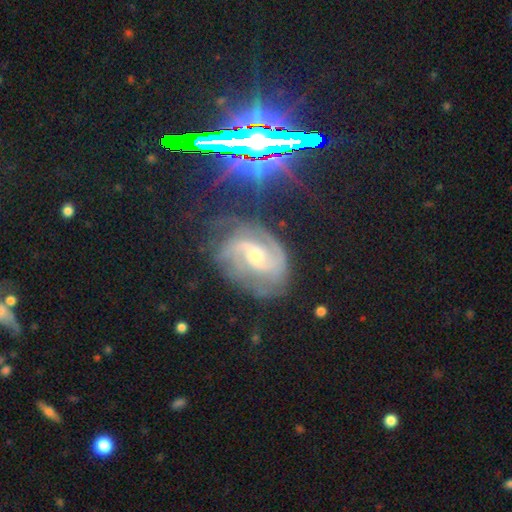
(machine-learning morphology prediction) Smooth or featured? featured or disk (84%)
Edge-on disk? no (97%)
Bar? no (47%)
Spiral arms? yes (97%)
Spiral winding? medium (48%)
Spiral arm count? 2 (64%)
Bulge size? small (53%)
Merging? none (68%)